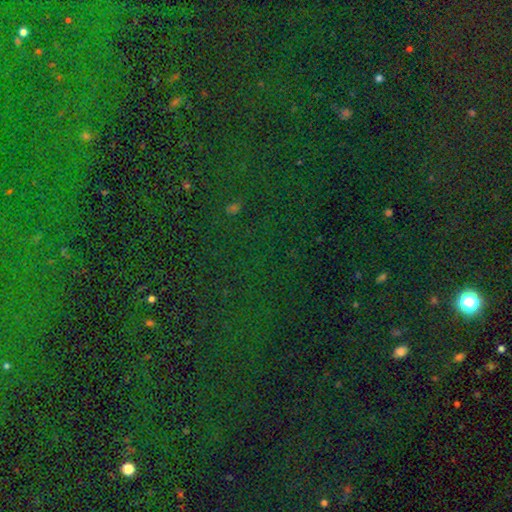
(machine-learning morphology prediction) The model was most divided on "smooth or featured": star or artifact: 81%, smooth: 11%, featured or disk: 8%.